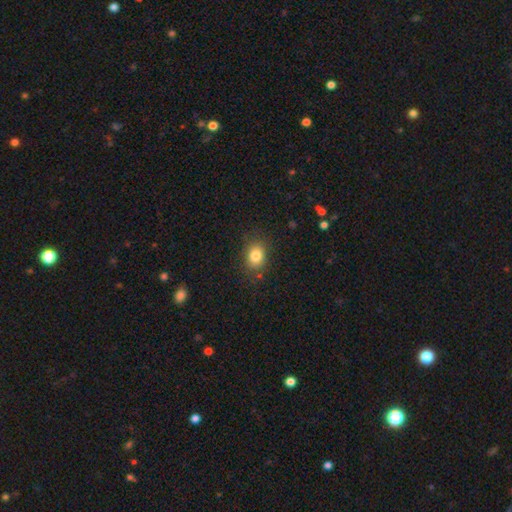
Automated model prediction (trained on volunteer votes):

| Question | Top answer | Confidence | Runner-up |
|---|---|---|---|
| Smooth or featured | smooth | 83% | star or artifact (10%) |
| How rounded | in between | 54% | round (45%) |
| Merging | none | 82% | minor disturbance (12%) |